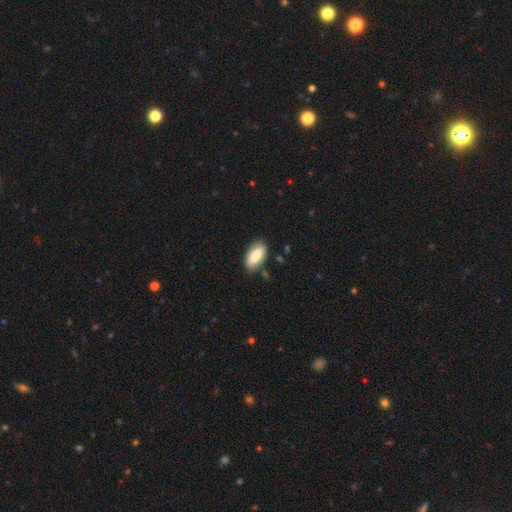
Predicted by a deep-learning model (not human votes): smooth_or_featured: smooth (p=0.78) [alt: featured or disk p=0.16]
how_rounded: in between (p=0.91) [alt: cigar-shaped p=0.07]
merging: none (p=0.81) [alt: minor disturbance p=0.14]